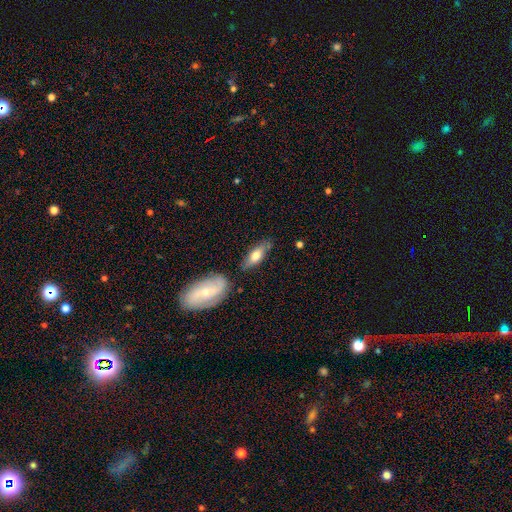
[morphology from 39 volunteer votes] Volunteers were most divided on "smooth or featured": smooth: 59%, featured or disk: 36%, star or artifact: 5%. More confident: how rounded — in between (70%); merging — none (65%).